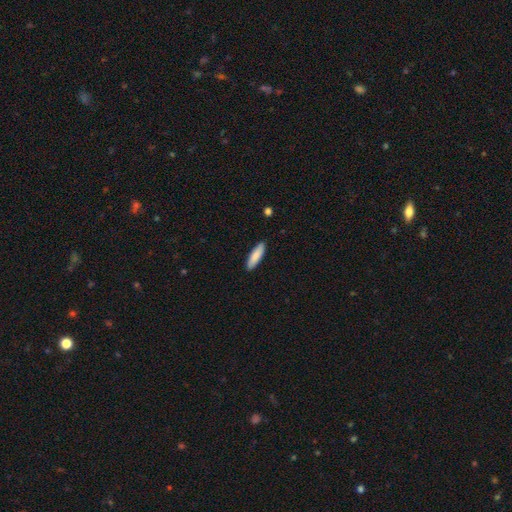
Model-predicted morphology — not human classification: smooth_or_featured: smooth (p=0.84) [alt: featured or disk p=0.10]
how_rounded: cigar-shaped (p=0.64) [alt: in between p=0.34]
merging: none (p=0.89) [alt: minor disturbance p=0.08]